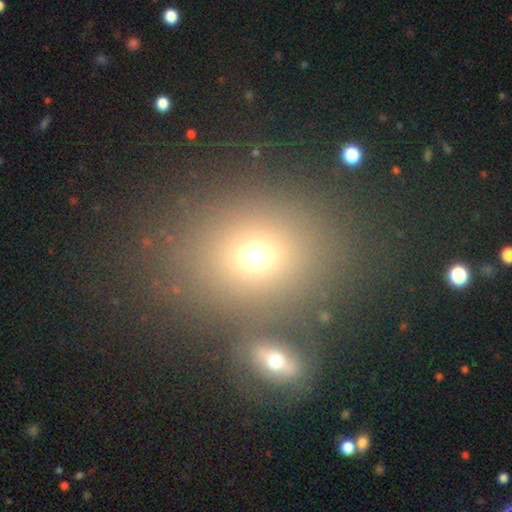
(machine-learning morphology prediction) Smooth or featured: smooth — 68% (star or artifact — 20%)
How rounded: round — 56% (in between — 43%)
Merging: none — 68% (merger — 17%)